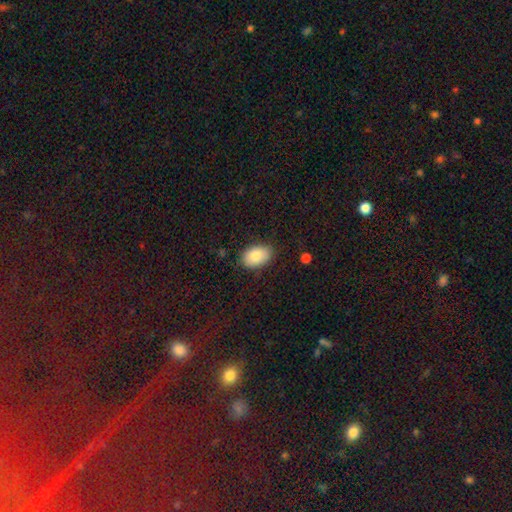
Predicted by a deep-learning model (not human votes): Smooth or featured? Predicted: smooth (p=0.82). How rounded? Predicted: in between (p=0.90). Merging? Predicted: none (p=0.83).